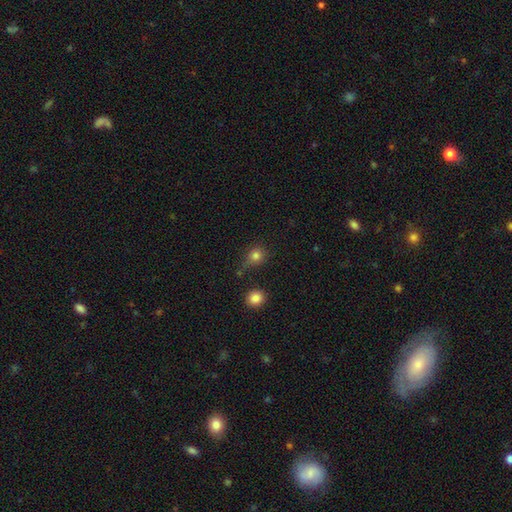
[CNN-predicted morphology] Smooth or featured? Predicted: smooth (p=0.80). How rounded? Predicted: round (p=0.84). Merging? Predicted: none (p=0.62).